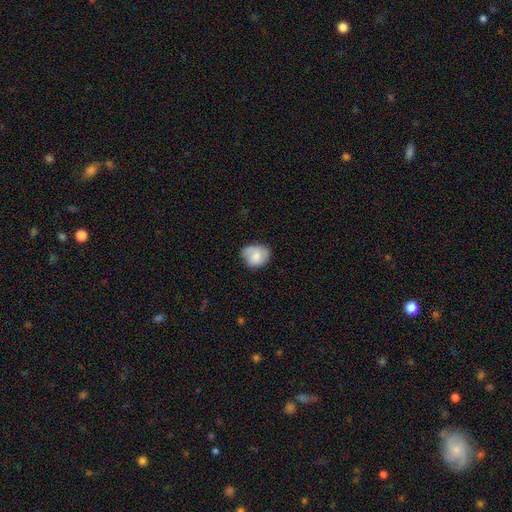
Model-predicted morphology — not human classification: A smooth galaxy with no disk features (78%) that is in between round and cigar-shaped (51%).

Vote fractions:
- Smooth or featured? smooth: 78% / featured or disk: 15% / star or artifact: 7%
- How rounded? in between: 51% / round: 48% / cigar-shaped: 1%
- Merging? none: 53% / minor disturbance: 36% / major disturbance: 9% / merger: 2%